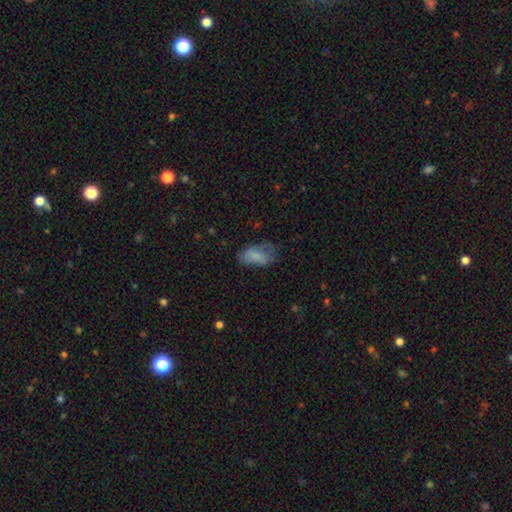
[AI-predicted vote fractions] The model was most divided on "merging": none: 43%, minor disturbance: 31%, major disturbance: 24%, merger: 2%. More confident: how rounded — in between (92%); smooth or featured — smooth (73%).